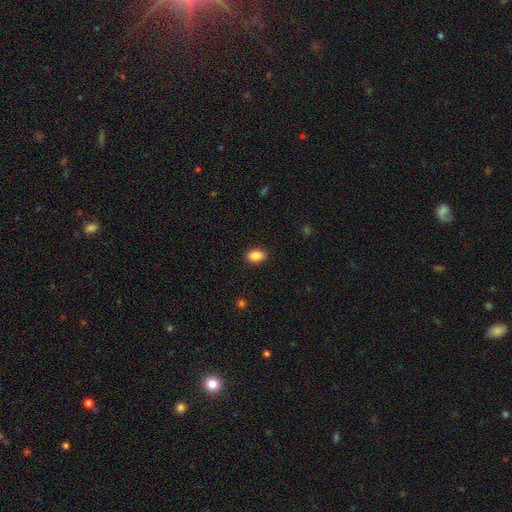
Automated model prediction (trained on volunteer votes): Smooth or featured: smooth — 89% (star or artifact — 8%)
How rounded: in between — 84% (round — 14%)
Merging: none — 88% (minor disturbance — 8%)